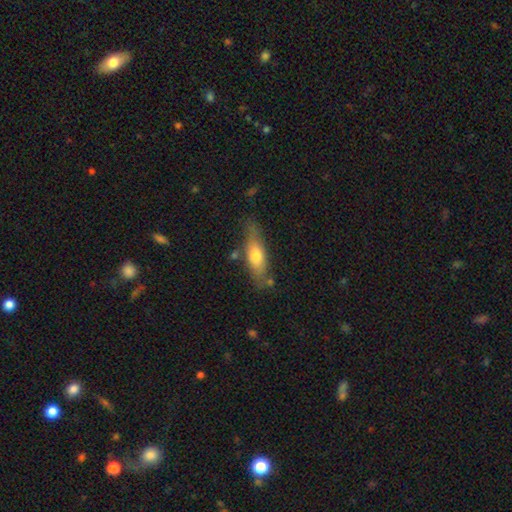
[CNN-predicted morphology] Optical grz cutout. It shows a smooth galaxy with no disk features (63%) that is in between round and cigar-shaped (52%). Merging: none (68%).